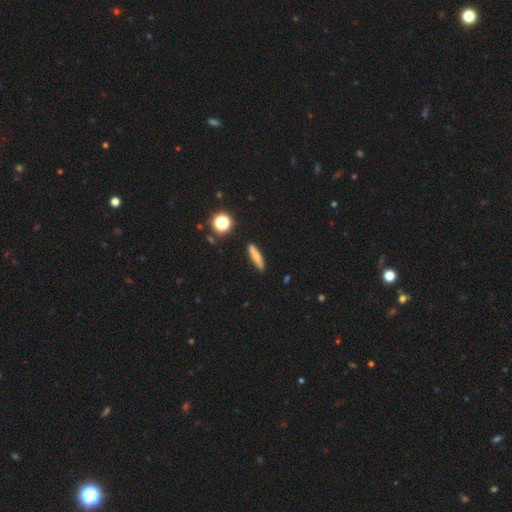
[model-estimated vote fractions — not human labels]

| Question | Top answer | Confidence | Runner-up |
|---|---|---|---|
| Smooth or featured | smooth | 73% | featured or disk (17%) |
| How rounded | cigar-shaped | 82% | in between (14%) |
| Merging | none | 86% | minor disturbance (10%) |